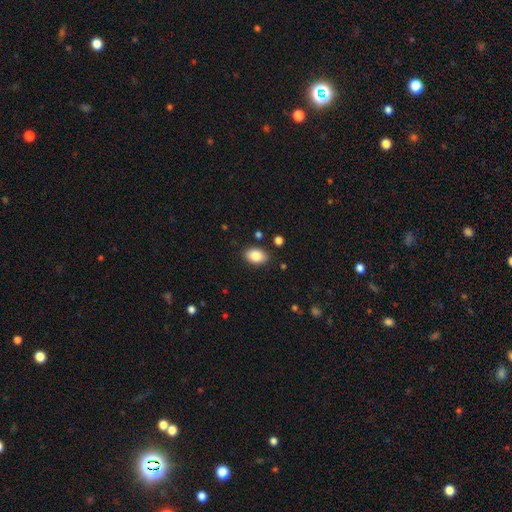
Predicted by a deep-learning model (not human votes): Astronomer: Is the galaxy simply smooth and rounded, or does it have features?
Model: smooth — 86%.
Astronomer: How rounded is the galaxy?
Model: in between — 88%.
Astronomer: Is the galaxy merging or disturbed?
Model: none — 86%.